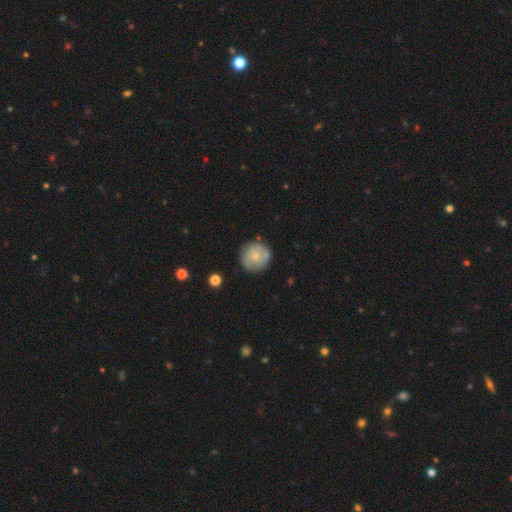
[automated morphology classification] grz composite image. It shows a smooth galaxy with no disk features (62%) that is round (93%). Merging: none (76%).